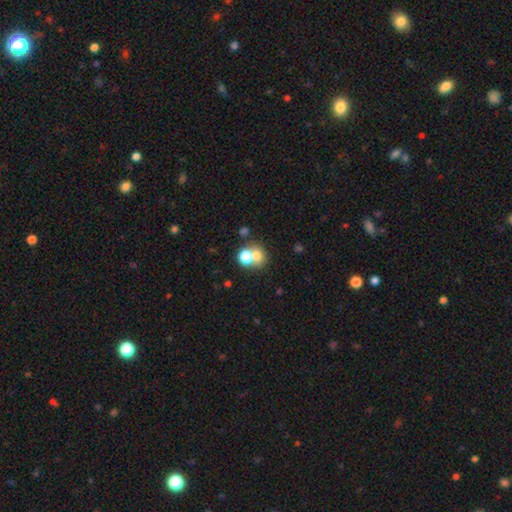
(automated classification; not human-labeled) Morphology: type=smooth (69%); roundness=round (71%); merging=merger (49%).